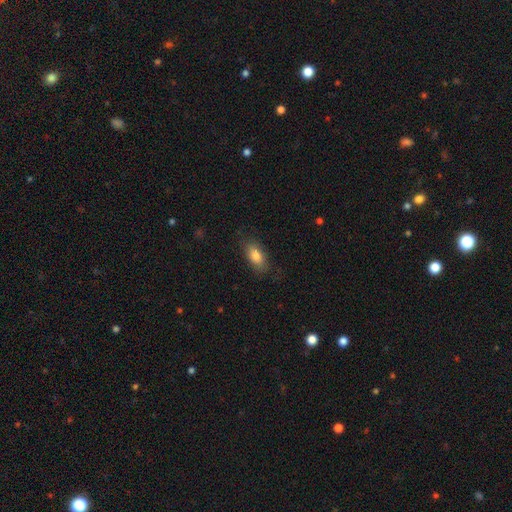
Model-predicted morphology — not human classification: This is clearly a smooth galaxy (83%). How rounded: clearly in between (88%). Merging: clearly none (81%).